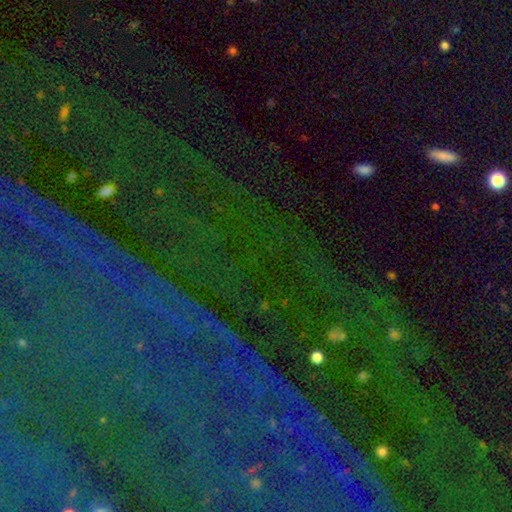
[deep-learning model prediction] A star or artifact, not a galaxy (82%).